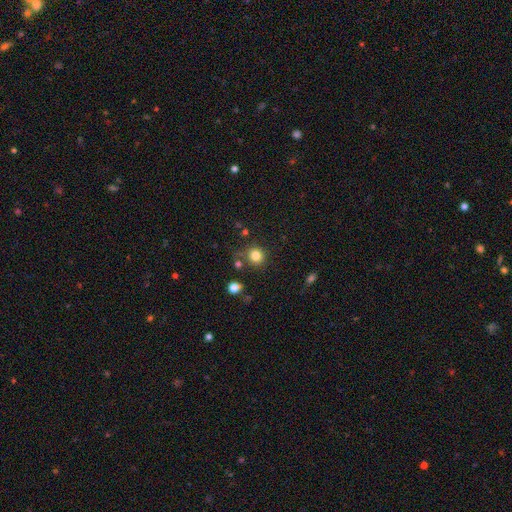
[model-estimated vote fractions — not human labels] Smooth or featured: smooth — 81% (star or artifact — 13%)
How rounded: round — 88% (in between — 11%)
Merging: none — 77% (minor disturbance — 11%)